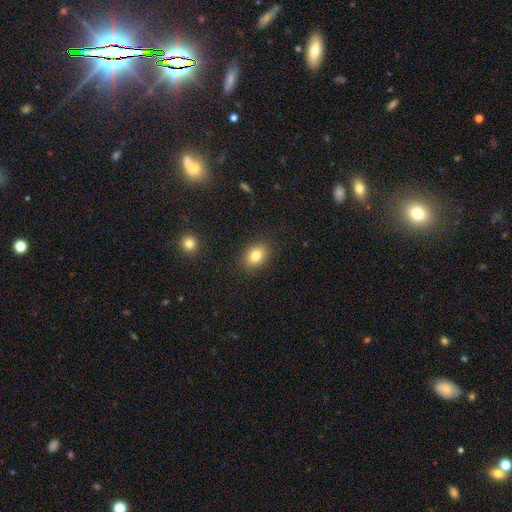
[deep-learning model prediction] Smooth or featured? smooth (81%)
How rounded? in between (70%)
Merging? none (87%)